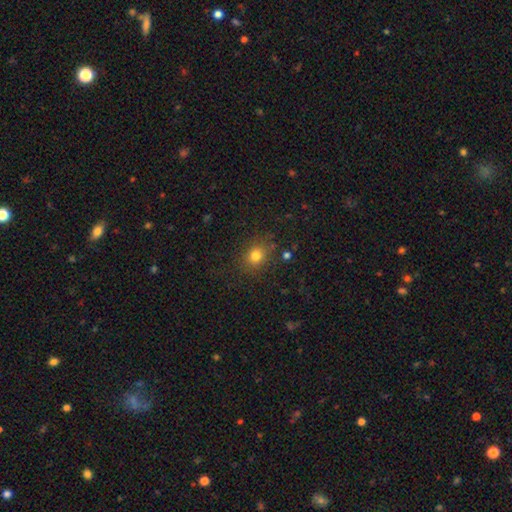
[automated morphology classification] smooth-or-featured: smooth: 79% | star or artifact: 14% | featured or disk: 7%
  how-rounded: round: 69% | in between: 30% | cigar-shaped: 1%
  merging: none: 83% | minor disturbance: 11% | major disturbance: 4% | merger: 2%